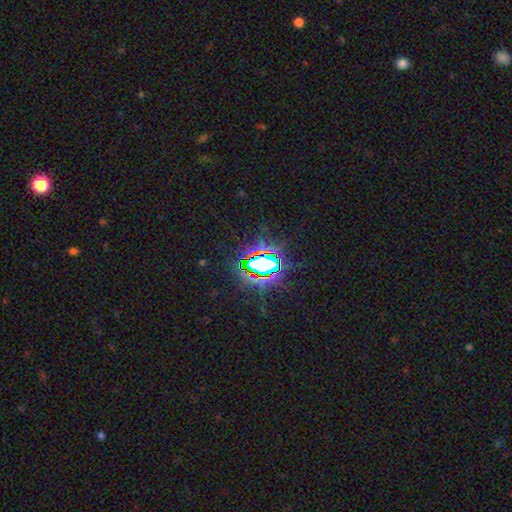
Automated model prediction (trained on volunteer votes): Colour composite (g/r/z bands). It shows a star or artifact, not a galaxy (83%).